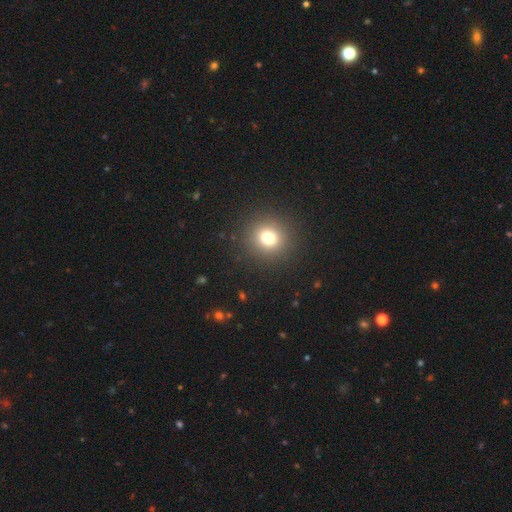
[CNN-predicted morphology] Smooth or featured?
  - smooth: 64% *
  - star or artifact: 30%
  - featured or disk: 6%
How rounded?
  - round: 94% *
  - in between: 5%
  - cigar-shaped: 1%
Merging?
  - none: 93% *
  - minor disturbance: 4%
  - major disturbance: 2%
  - merger: 1%